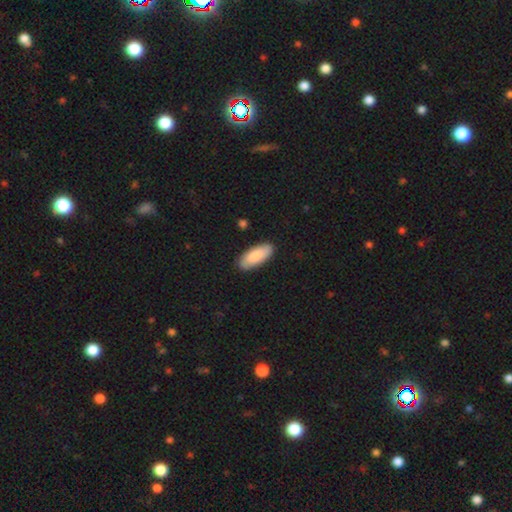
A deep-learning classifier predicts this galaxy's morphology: The model was most divided on "how rounded": in between: 82%, cigar-shaped: 16%, round: 2%. More confident: merging — none (88%); smooth or featured — smooth (85%).